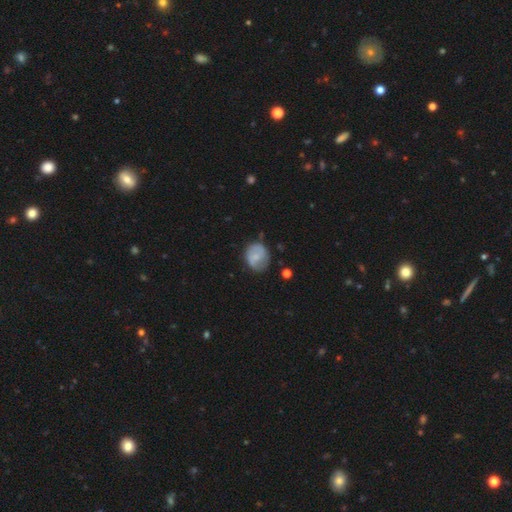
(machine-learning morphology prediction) A smooth galaxy with no disk features (59%) that is round (65%).

Vote fractions:
- Smooth or featured? smooth: 59% / featured or disk: 34% / star or artifact: 7%
- How rounded? round: 65% / in between: 34% / cigar-shaped: 1%
- Merging? none: 63% / minor disturbance: 26% / major disturbance: 8% / merger: 2%